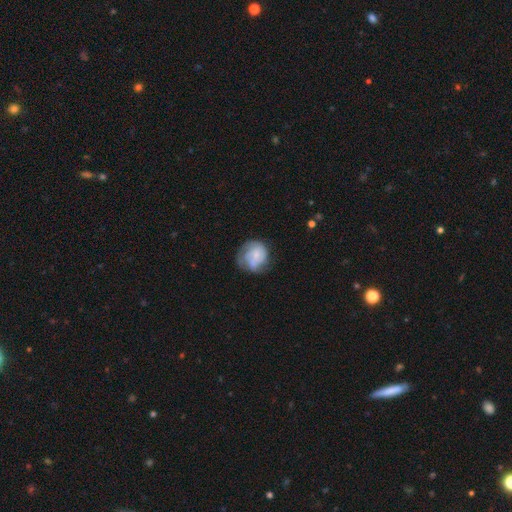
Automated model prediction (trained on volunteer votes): The model was most divided on "smooth or featured": featured or disk: 50%, smooth: 43%, star or artifact: 8%. More confident: merging — none (54%).